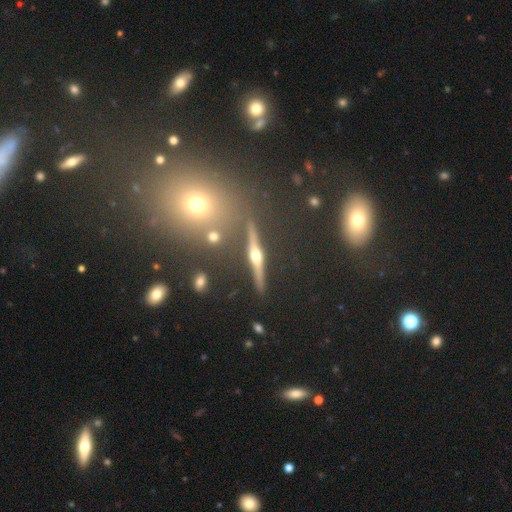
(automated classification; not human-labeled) Smooth or featured? Predicted: featured or disk (p=0.70). Edge-on disk? Predicted: yes (p=0.93). Edge-on bulge? Predicted: rounded (p=0.93). Merging? Predicted: none (p=0.85).